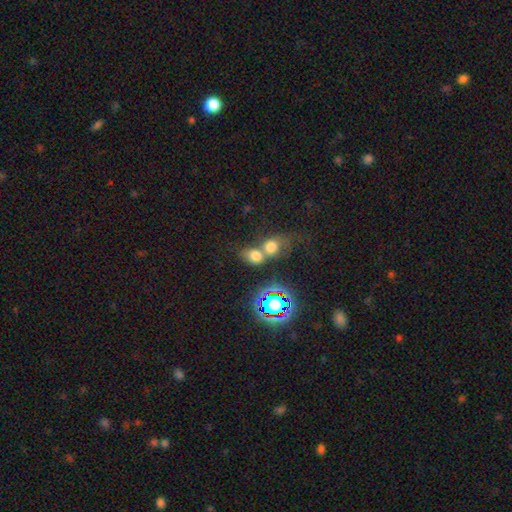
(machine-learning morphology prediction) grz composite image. It shows a smooth galaxy with no disk features (68%) that is round (50%). Merging: merger (59%).